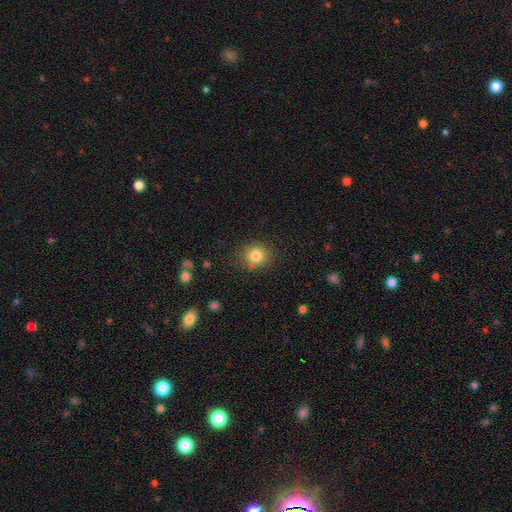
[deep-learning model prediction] This appears to be a smooth galaxy with no disk features (82%) that is round (79%). Merging: none (83%).